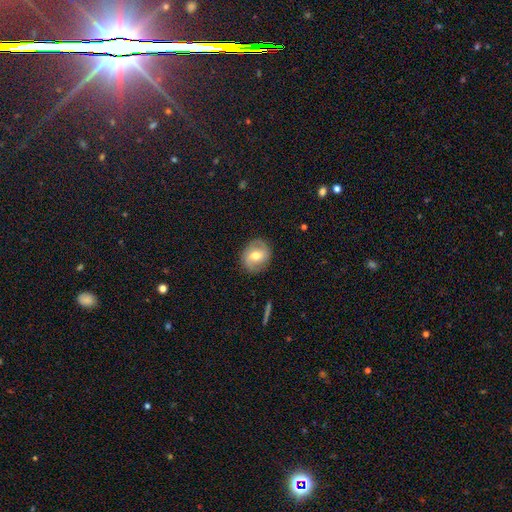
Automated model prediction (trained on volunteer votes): A smooth galaxy with no disk features (47%).

Vote fractions:
- Smooth or featured? smooth: 47% / featured or disk: 45% / star or artifact: 8%
- Merging? none: 84% / minor disturbance: 11% / major disturbance: 3% / merger: 1%